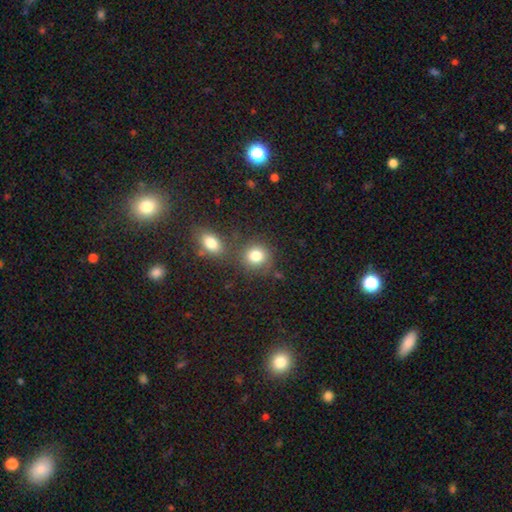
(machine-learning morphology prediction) smooth-or-featured: smooth: 81% | star or artifact: 11% | featured or disk: 8%
  how-rounded: round: 83% | in between: 16% | cigar-shaped: 1%
  merging: none: 65% | merger: 20% | minor disturbance: 10% | major disturbance: 4%